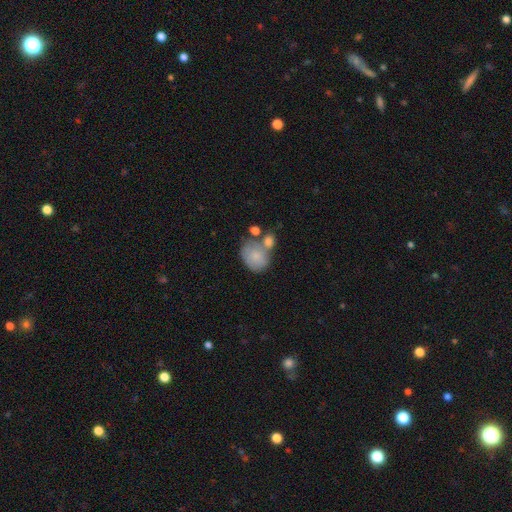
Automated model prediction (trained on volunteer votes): smooth-or-featured: smooth: 76% | featured or disk: 16% | star or artifact: 7%
  how-rounded: in between: 59% | round: 40% | cigar-shaped: 1%
  merging: none: 38% | merger: 33% | minor disturbance: 20% | major disturbance: 9%